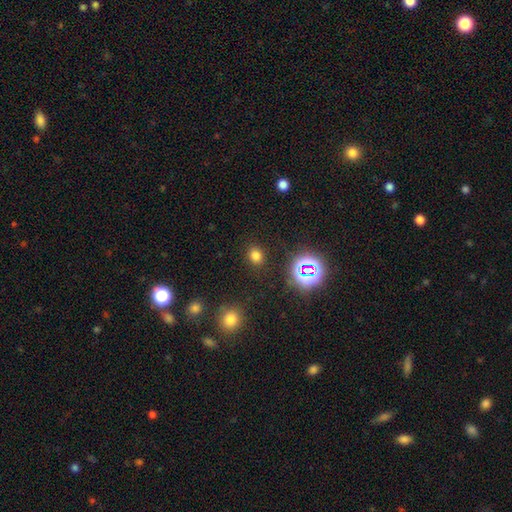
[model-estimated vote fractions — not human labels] This is likely a smooth galaxy (72%). How rounded: possibly round (55%). Merging: clearly none (86%).